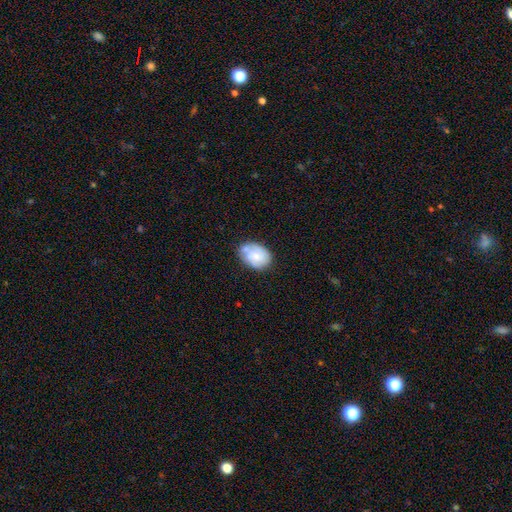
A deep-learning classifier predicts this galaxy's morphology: type=smooth (62%); roundness=in between (73%); merging=none (57%).